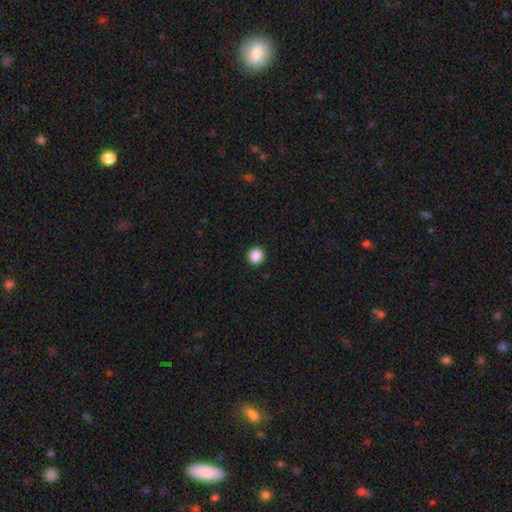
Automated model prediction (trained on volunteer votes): Q: Smooth or featured?
A: smooth (88%); runner-up: star or artifact (9%)
Q: How rounded?
A: round (96%); runner-up: in between (3%)
Q: Merging?
A: none (94%); runner-up: minor disturbance (4%)